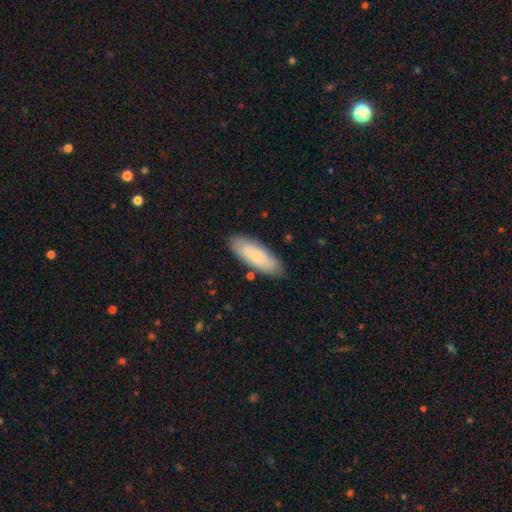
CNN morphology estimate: type=smooth (80%); roundness=in between (67%); merging=none (85%).